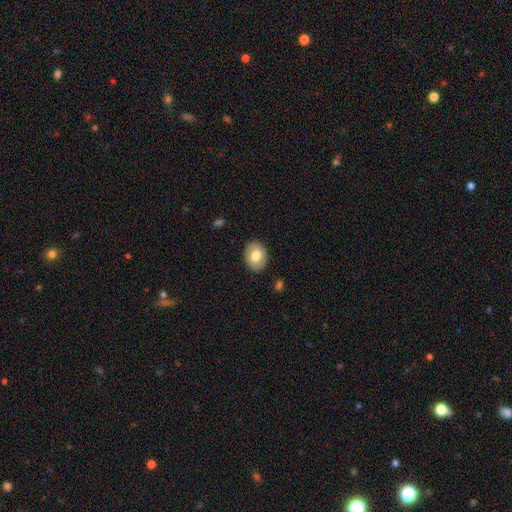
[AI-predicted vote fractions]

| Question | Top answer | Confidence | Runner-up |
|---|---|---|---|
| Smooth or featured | smooth | 74% | featured or disk (19%) |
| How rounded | in between | 62% | round (37%) |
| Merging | none | 88% | minor disturbance (9%) |